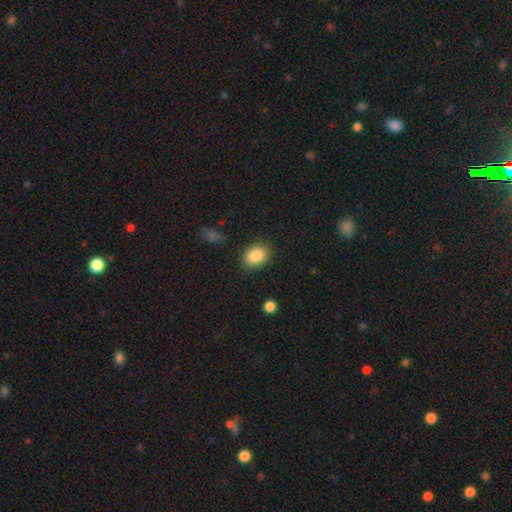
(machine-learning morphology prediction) Smooth or featured: smooth — 88% (star or artifact — 8%)
How rounded: in between — 68% (round — 31%)
Merging: none — 84% (minor disturbance — 11%)